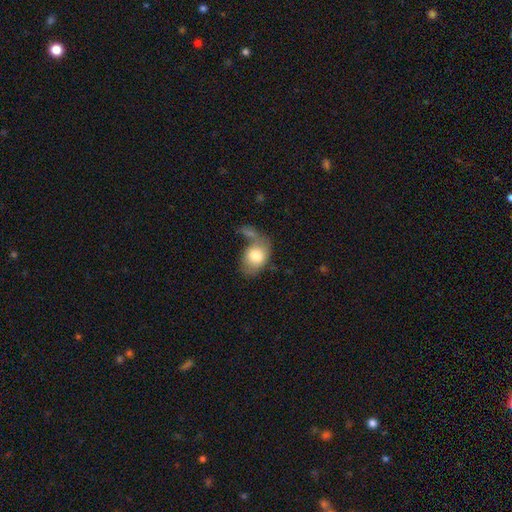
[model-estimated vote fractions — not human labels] This is likely a smooth galaxy (78%). How rounded: likely in between (76%). Merging: marginally none (35%).